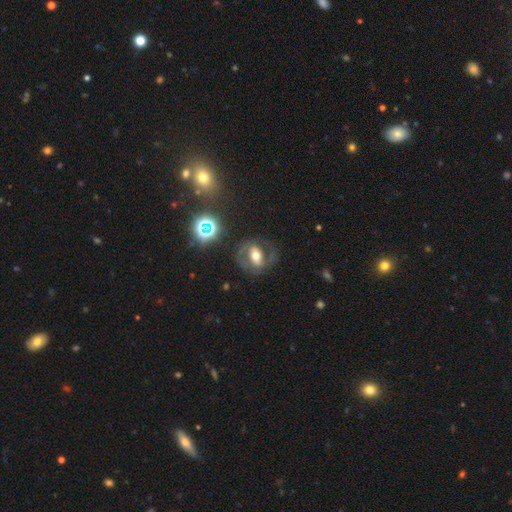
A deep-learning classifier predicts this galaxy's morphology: Smooth or featured?
  - featured or disk: 67% *
  - smooth: 21%
  - star or artifact: 11%
Edge-on disk?
  - no: 95% *
  - yes: 5%
Bar?
  - strong: 42% *
  - weak: 31%
  - no: 26%
Spiral arms?
  - yes: 73% *
  - no: 27%
Bulge size?
  - moderate: 67% *
  - large: 18%
  - small: 12%
  - dominant: 2%
  - none: 1%
Merging?
  - none: 72% *
  - minor disturbance: 14%
  - major disturbance: 12%
  - merger: 2%